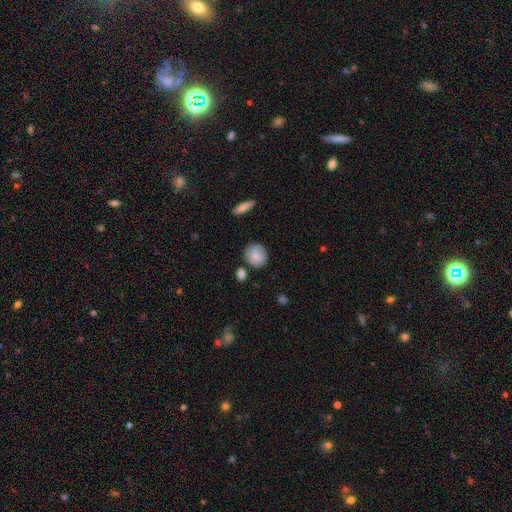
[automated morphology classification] Q: Smooth or featured?
A: smooth (77%); runner-up: featured or disk (16%)
Q: How rounded?
A: round (80%); runner-up: in between (19%)
Q: Merging?
A: none (73%); runner-up: minor disturbance (17%)